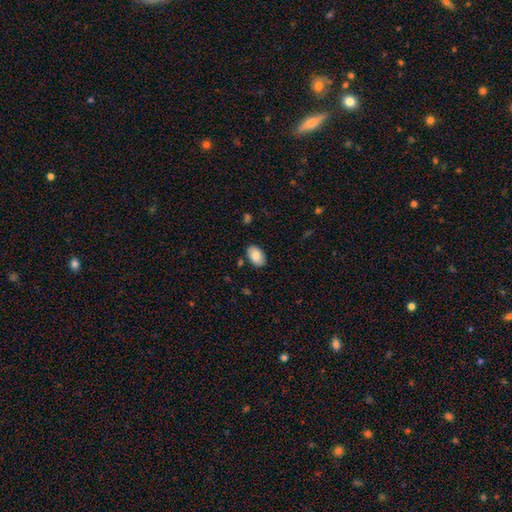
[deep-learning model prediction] The model was most divided on "smooth or featured": smooth: 79%, featured or disk: 14%, star or artifact: 7%. More confident: how rounded — in between (91%); merging — none (84%).